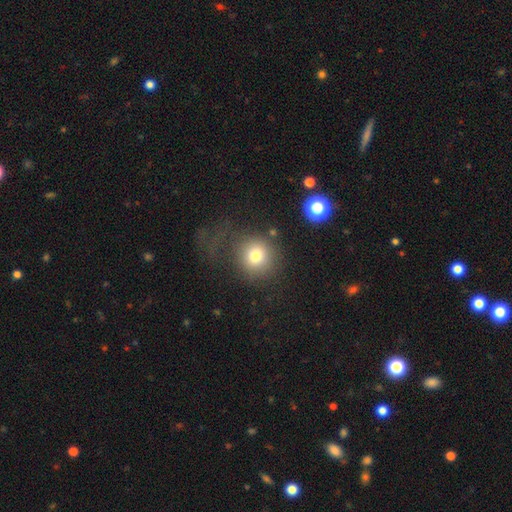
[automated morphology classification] A smooth galaxy with no disk features (76%) that is round (89%).

Vote fractions:
- Smooth or featured? smooth: 76% / star or artifact: 13% / featured or disk: 12%
- How rounded? round: 89% / in between: 10% / cigar-shaped: 1%
- Merging? none: 55% / major disturbance: 25% / minor disturbance: 16% / merger: 4%